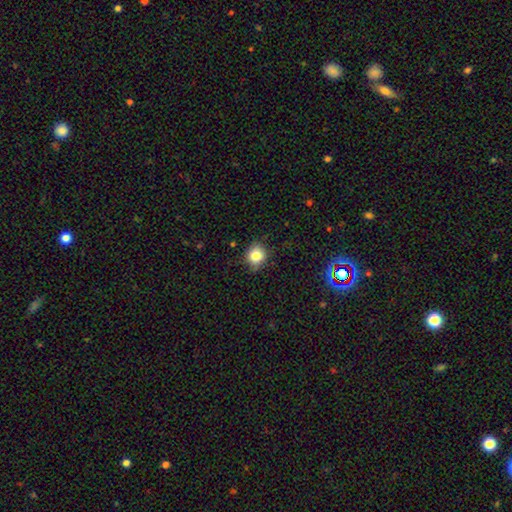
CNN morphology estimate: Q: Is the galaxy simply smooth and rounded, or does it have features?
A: smooth — 82%.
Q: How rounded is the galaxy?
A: round — 83%.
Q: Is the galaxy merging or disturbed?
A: none — 82%.